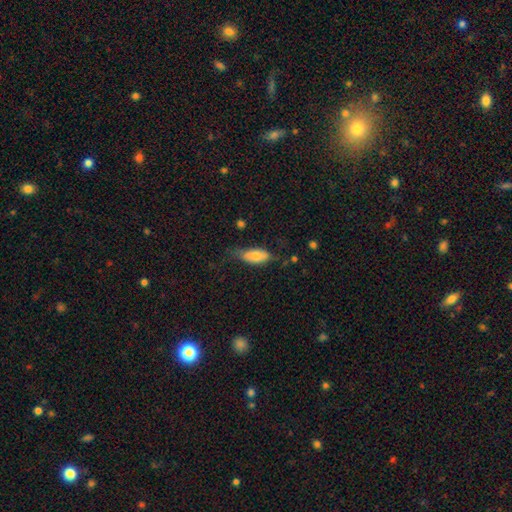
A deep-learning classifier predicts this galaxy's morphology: type=smooth (73%); roundness=in between (81%); merging=none (57%).